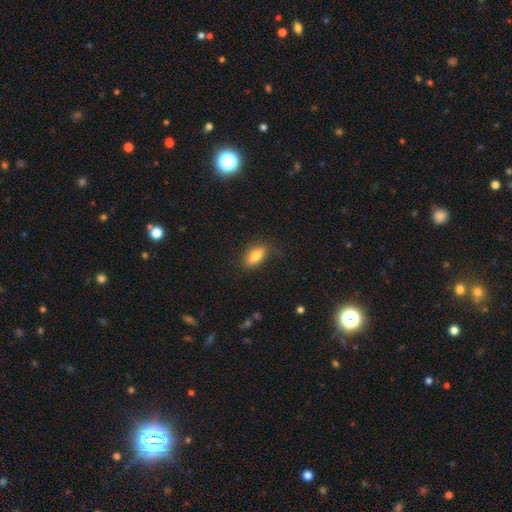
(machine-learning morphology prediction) Overall: smooth (81%). How rounded: in between (86%). Merging: none (74%).